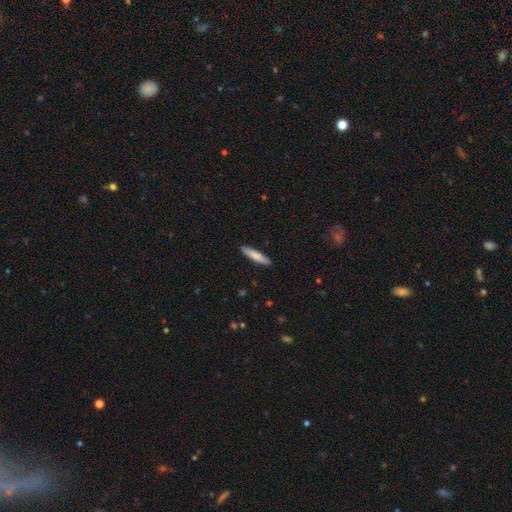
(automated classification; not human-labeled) Q: Smooth or featured?
A: smooth (80%); runner-up: featured or disk (15%)
Q: How rounded?
A: cigar-shaped (87%); runner-up: in between (12%)
Q: Merging?
A: none (91%); runner-up: minor disturbance (7%)